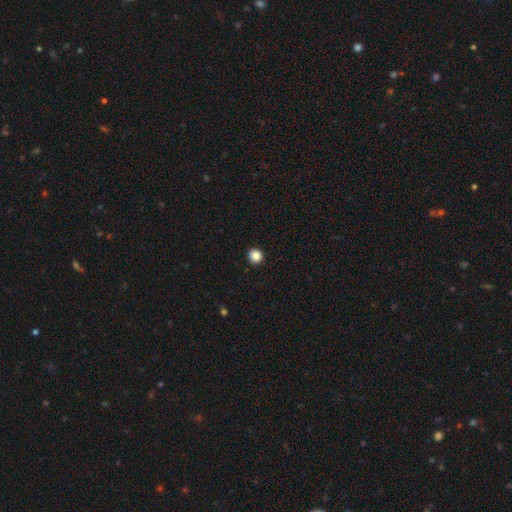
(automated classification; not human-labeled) Morphology: type=smooth (87%); roundness=round (91%); merging=none (93%).